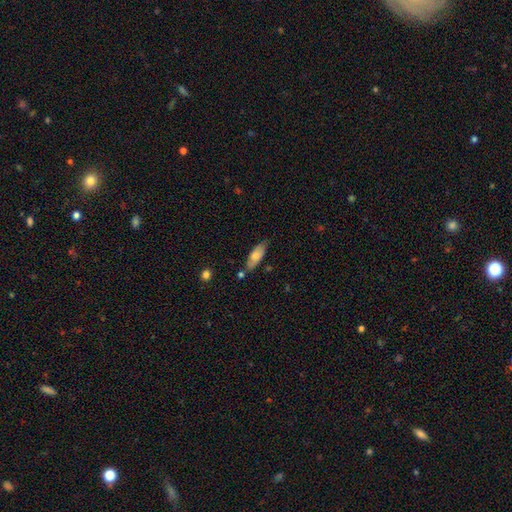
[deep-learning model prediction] Smooth or featured?
  - smooth: 67% *
  - featured or disk: 27%
  - star or artifact: 6%
How rounded?
  - in between: 71% *
  - cigar-shaped: 26%
  - round: 2%
Merging?
  - none: 71% *
  - minor disturbance: 19%
  - merger: 7%
  - major disturbance: 3%